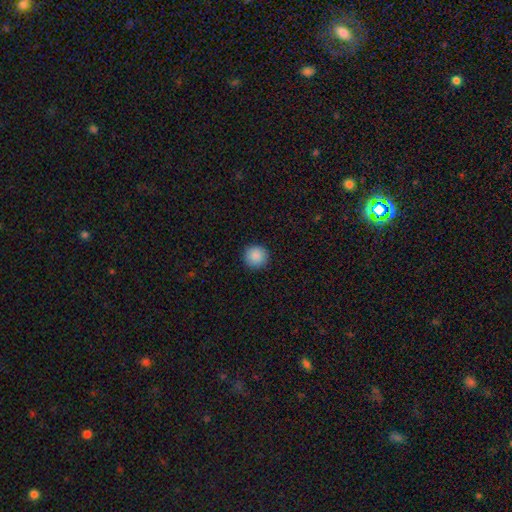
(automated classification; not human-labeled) smooth_or_featured: smooth (p=0.89) [alt: star or artifact p=0.08]
how_rounded: round (p=0.95) [alt: in between p=0.04]
merging: none (p=0.92) [alt: minor disturbance p=0.05]